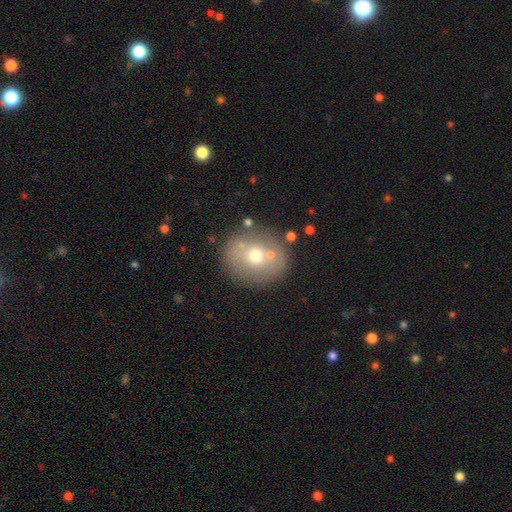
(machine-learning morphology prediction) The model was most divided on "smooth or featured": smooth: 63%, featured or disk: 25%, star or artifact: 12%. More confident: how rounded — round (87%); merging — none (78%).